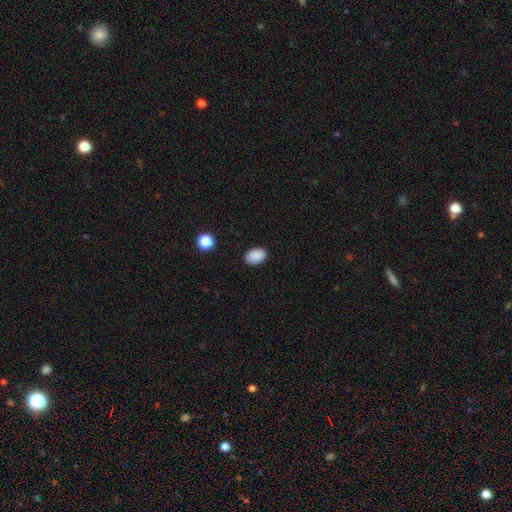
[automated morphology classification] Smooth or featured: smooth — 89% (star or artifact — 8%)
How rounded: in between — 85% (round — 13%)
Merging: none — 88% (minor disturbance — 9%)